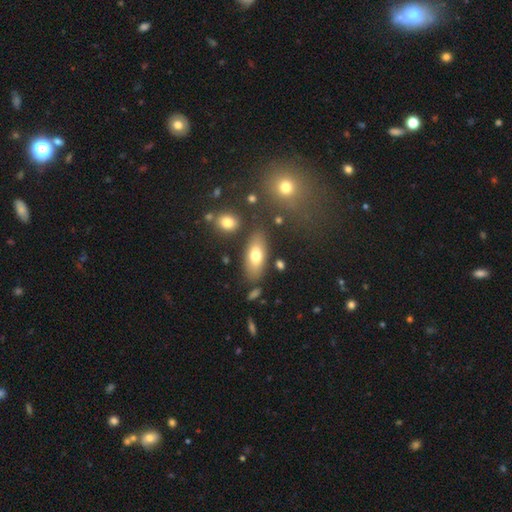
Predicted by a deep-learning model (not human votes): Q: Smooth or featured?
A: smooth (71%); runner-up: featured or disk (21%)
Q: How rounded?
A: in between (84%); runner-up: cigar-shaped (12%)
Q: Merging?
A: none (79%); runner-up: minor disturbance (12%)